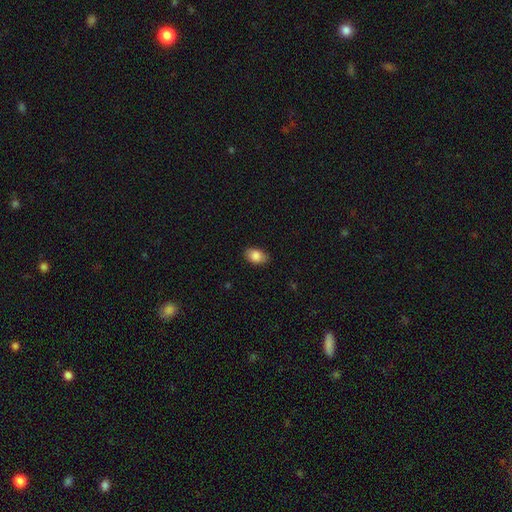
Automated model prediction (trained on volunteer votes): Smooth or featured?
  - smooth: 87% *
  - star or artifact: 7%
  - featured or disk: 6%
How rounded?
  - in between: 86% *
  - round: 12%
  - cigar-shaped: 1%
Merging?
  - none: 84% *
  - minor disturbance: 13%
  - major disturbance: 2%
  - merger: 1%